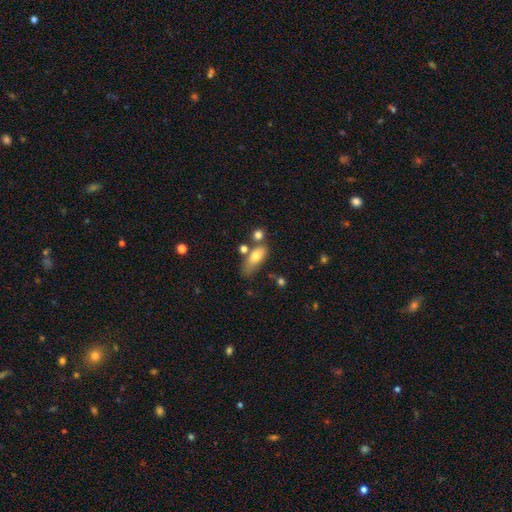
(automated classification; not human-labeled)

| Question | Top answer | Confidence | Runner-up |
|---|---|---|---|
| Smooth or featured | smooth | 74% | featured or disk (18%) |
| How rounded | in between | 75% | cigar-shaped (20%) |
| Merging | none | 48% | minor disturbance (23%) |